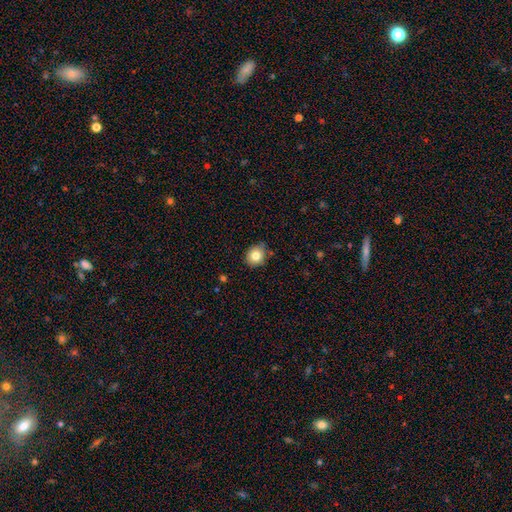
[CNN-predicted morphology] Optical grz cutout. It shows a smooth galaxy with no disk features (81%) that is round (78%). Merging: none (80%).